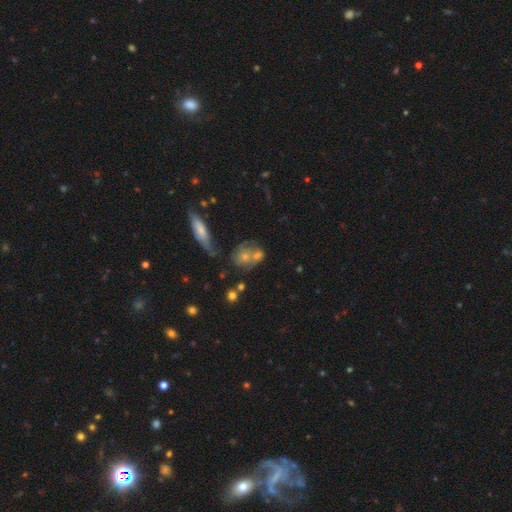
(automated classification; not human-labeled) smooth_or_featured: smooth (p=0.54) [alt: featured or disk p=0.33]
how_rounded: round (p=0.53) [alt: in between p=0.43]
merging: merger (p=0.45) [alt: none p=0.33]